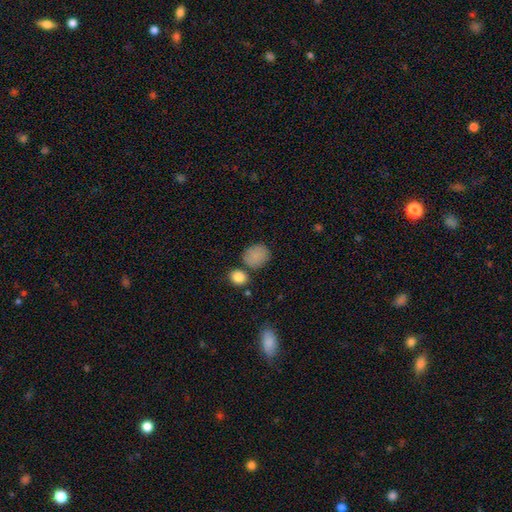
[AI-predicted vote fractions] Morphology: type=smooth (85%); roundness=round (63%); merging=none (69%).